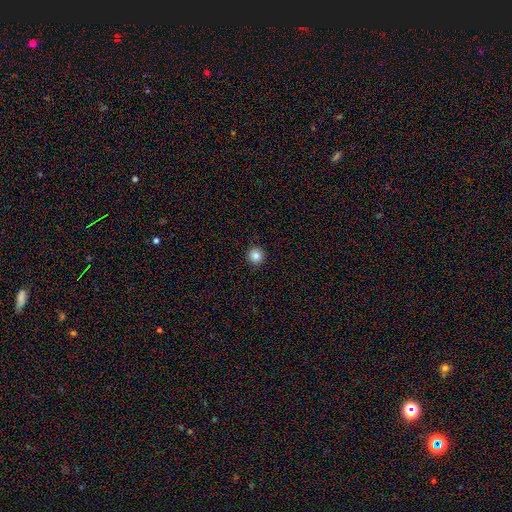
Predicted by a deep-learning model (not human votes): Smooth or featured?
  - smooth: 85% *
  - star or artifact: 11%
  - featured or disk: 4%
How rounded?
  - round: 95% *
  - in between: 4%
  - cigar-shaped: 1%
Merging?
  - none: 93% *
  - minor disturbance: 5%
  - major disturbance: 1%
  - merger: 1%